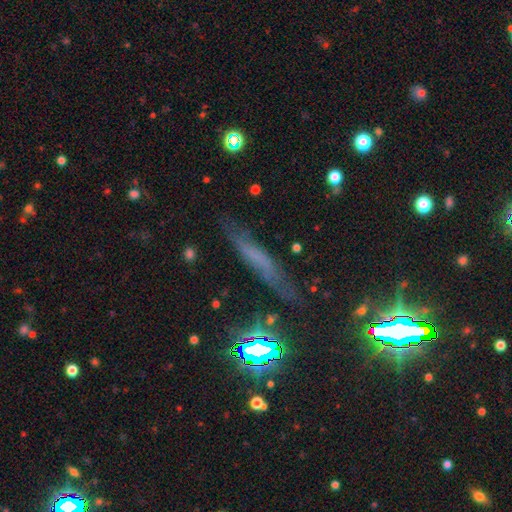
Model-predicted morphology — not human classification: Q: Smooth or featured?
A: smooth (43%); runner-up: featured or disk (36%)
Q: Merging?
A: none (69%); runner-up: minor disturbance (21%)